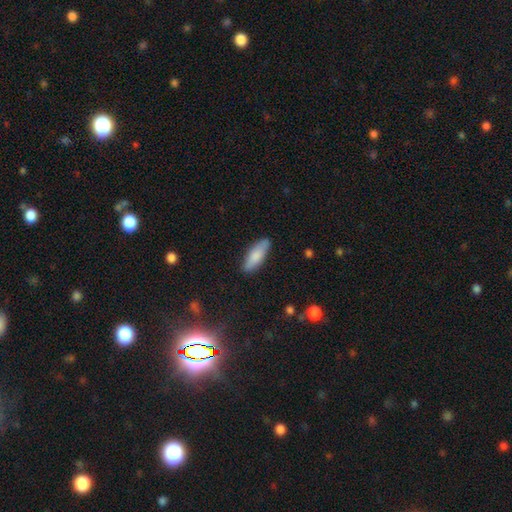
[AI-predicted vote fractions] A smooth galaxy with no disk features (82%) that is in between round and cigar-shaped (58%).

Vote fractions:
- Smooth or featured? smooth: 82% / featured or disk: 13% / star or artifact: 6%
- How rounded? in between: 58% / cigar-shaped: 40% / round: 2%
- Merging? none: 86% / minor disturbance: 11% / major disturbance: 2% / merger: 1%